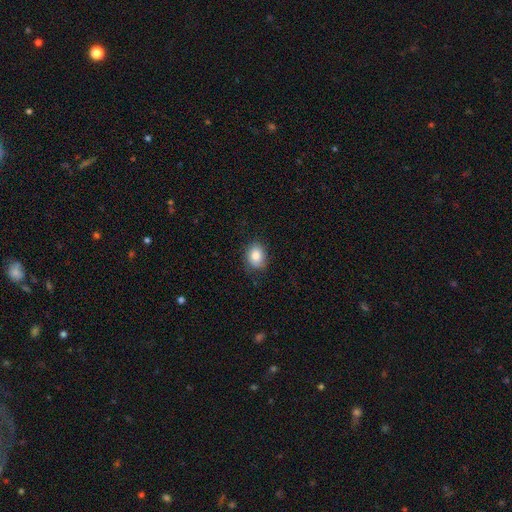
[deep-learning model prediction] Smooth or featured? Predicted: smooth (p=0.83). How rounded? Predicted: round (p=0.50). Merging? Predicted: none (p=0.76).